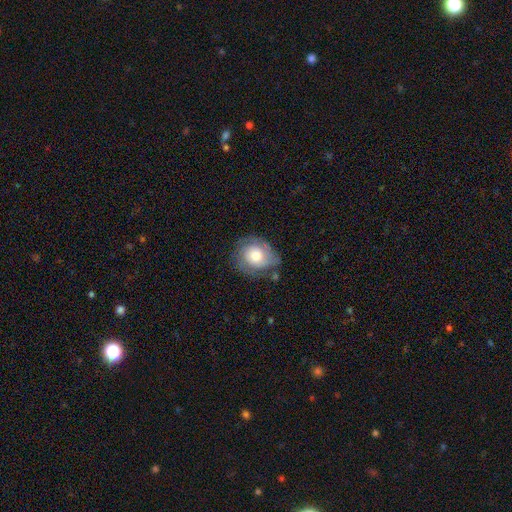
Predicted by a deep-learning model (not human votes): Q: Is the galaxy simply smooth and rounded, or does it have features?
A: featured or disk — 47%.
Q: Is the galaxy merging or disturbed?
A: none — 65%.